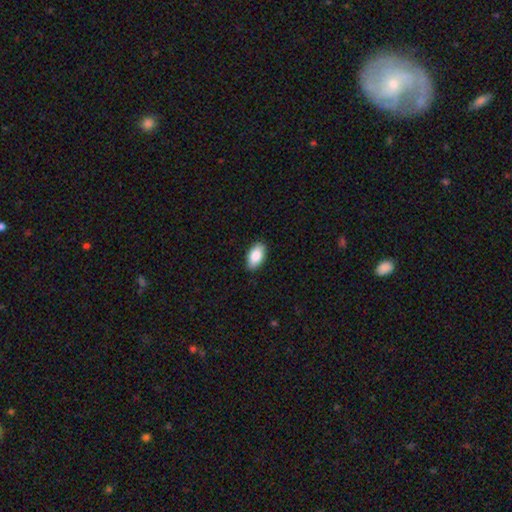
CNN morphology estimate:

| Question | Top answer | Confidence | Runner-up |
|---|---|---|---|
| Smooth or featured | smooth | 86% | featured or disk (8%) |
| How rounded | in between | 94% | round (4%) |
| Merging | none | 89% | minor disturbance (9%) |